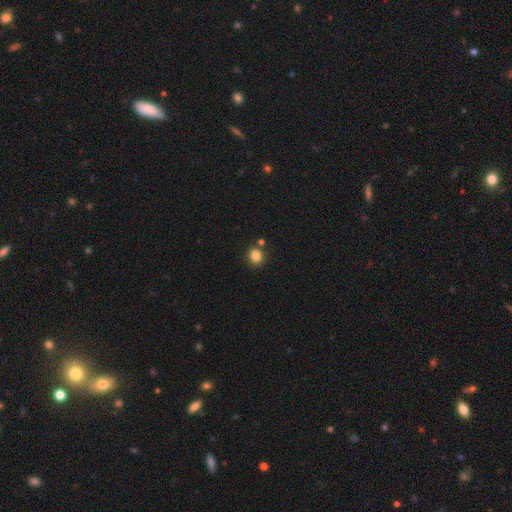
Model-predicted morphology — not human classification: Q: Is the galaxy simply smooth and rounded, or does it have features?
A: smooth — 84%.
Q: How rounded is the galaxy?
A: round — 69%.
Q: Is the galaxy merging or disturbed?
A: none — 78%.